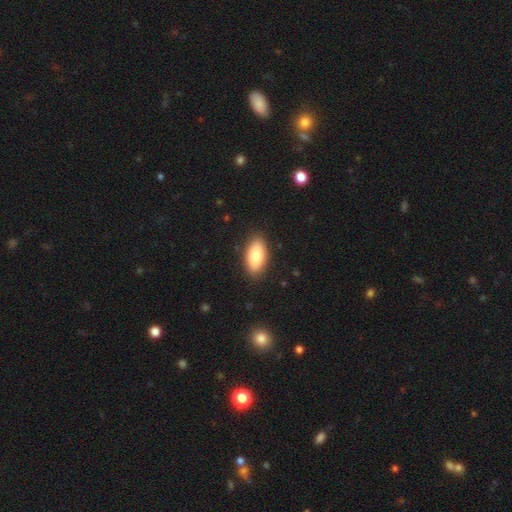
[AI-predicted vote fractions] Q: Smooth or featured?
A: smooth (83%); runner-up: featured or disk (11%)
Q: How rounded?
A: in between (91%); runner-up: cigar-shaped (7%)
Q: Merging?
A: none (87%); runner-up: minor disturbance (9%)